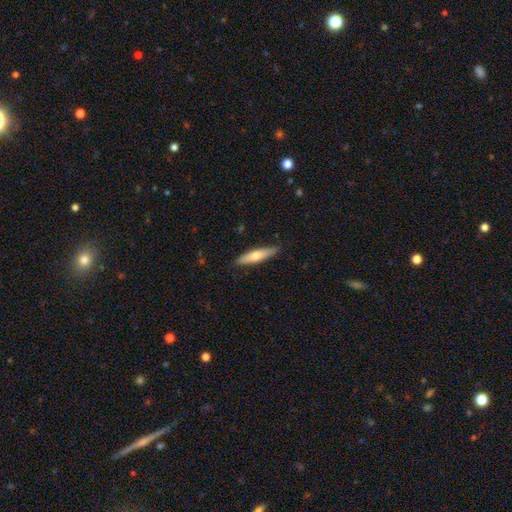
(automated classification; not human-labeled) smooth 60%, featured or disk 34%, star or artifact 5%. Down the decision tree: how rounded — cigar-shaped (78%); merging — none (87%).